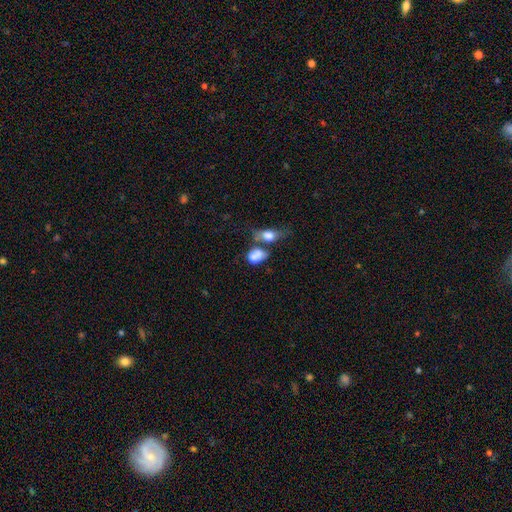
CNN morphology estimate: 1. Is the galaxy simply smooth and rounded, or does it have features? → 78% smooth, 12% featured or disk, 9% star or artifact.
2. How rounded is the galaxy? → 72% in between, 25% round, 2% cigar-shaped.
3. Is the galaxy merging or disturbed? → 50% merger, 25% none, 14% minor disturbance, 11% major disturbance.